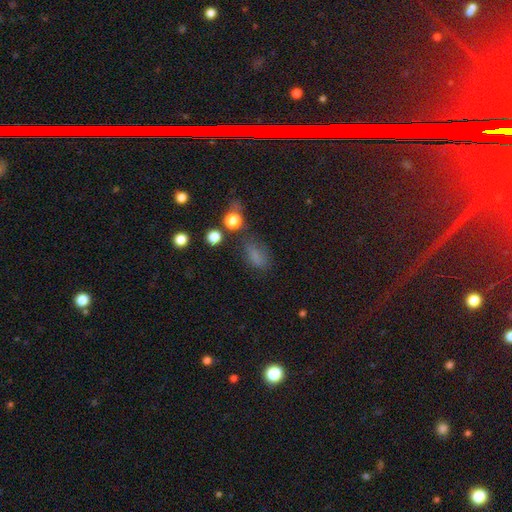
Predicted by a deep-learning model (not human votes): This is likely a smooth galaxy (69%). How rounded: likely in between (76%). Merging: possibly none (57%).